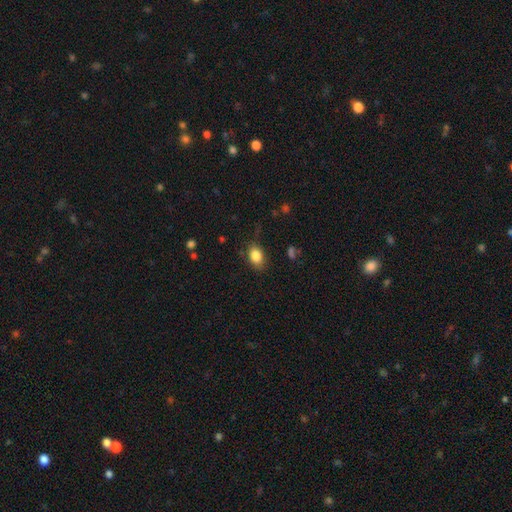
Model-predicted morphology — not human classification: Q: Smooth or featured?
A: smooth (86%); runner-up: star or artifact (8%)
Q: How rounded?
A: in between (81%); runner-up: round (18%)
Q: Merging?
A: none (78%); runner-up: minor disturbance (17%)